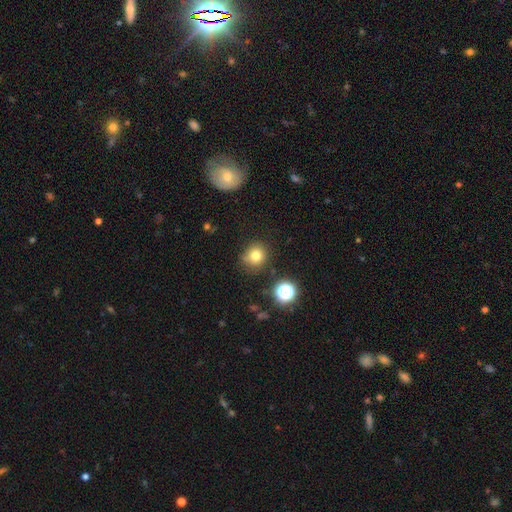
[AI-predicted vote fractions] A smooth galaxy with no disk features (78%) that is round (84%). Merging: none (81%).